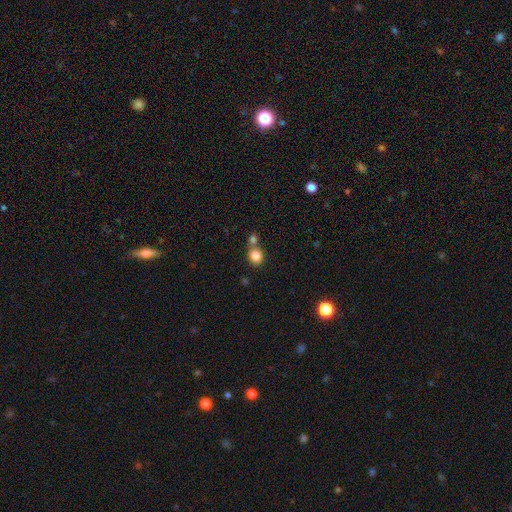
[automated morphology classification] Overall: smooth (84%). How rounded: round (81%). Merging: none (56%; merger 33%).